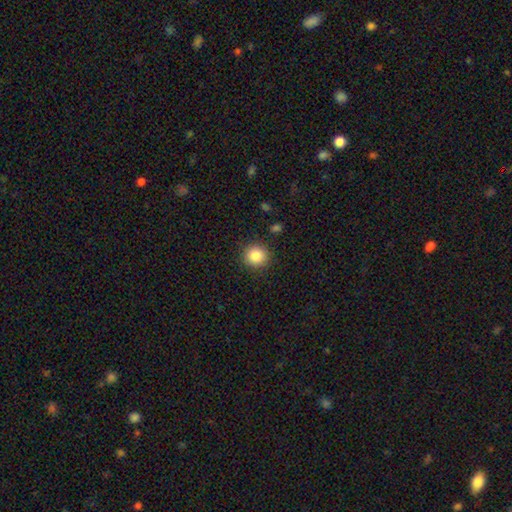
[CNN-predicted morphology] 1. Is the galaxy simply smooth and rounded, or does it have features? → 86% smooth, 10% star or artifact, 5% featured or disk.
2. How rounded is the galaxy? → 91% round, 8% in between, 1% cigar-shaped.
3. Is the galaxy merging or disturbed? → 89% none, 7% minor disturbance, 2% major disturbance, 1% merger.